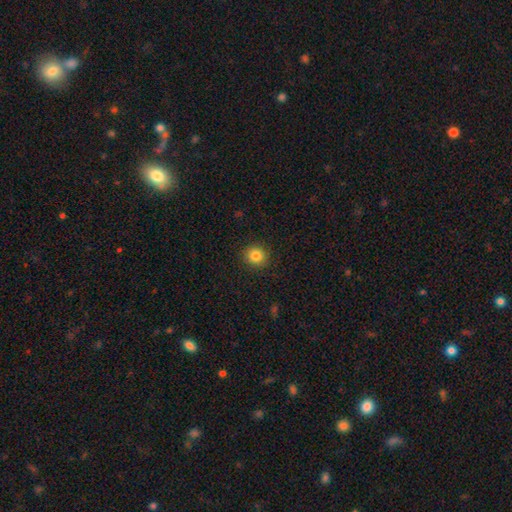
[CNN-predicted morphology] The model was most divided on "smooth or featured": smooth: 84%, star or artifact: 11%, featured or disk: 5%. More confident: merging — none (90%); how rounded — round (88%).